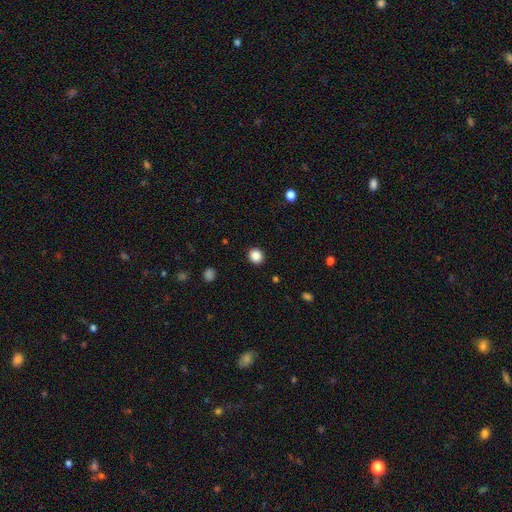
Q: Smooth or featured?
A: smooth (82%); runner-up: star or artifact (12%)
Q: How rounded?
A: round (94%); runner-up: in between (6%)
Q: Merging?
A: none (86%); runner-up: minor disturbance (9%)